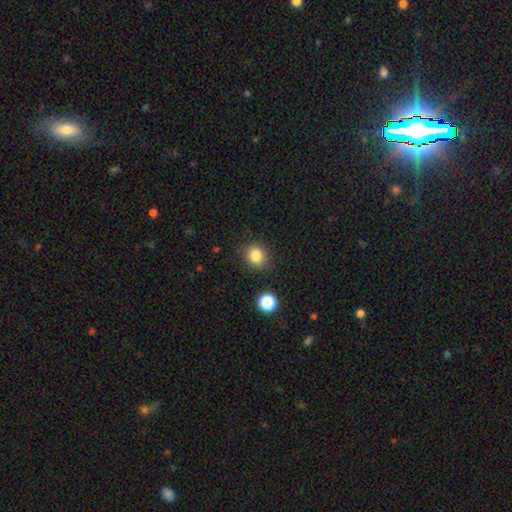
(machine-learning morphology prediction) Smooth or featured? Predicted: smooth (p=0.84). How rounded? Predicted: round (p=0.72). Merging? Predicted: none (p=0.86).